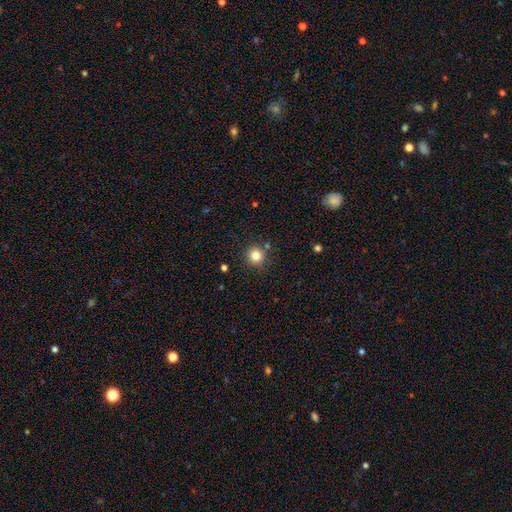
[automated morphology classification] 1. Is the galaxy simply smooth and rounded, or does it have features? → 81% smooth, 13% star or artifact, 6% featured or disk.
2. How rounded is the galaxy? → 95% round, 4% in between, 1% cigar-shaped.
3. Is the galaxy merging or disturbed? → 86% none, 7% minor disturbance, 4% merger, 2% major disturbance.